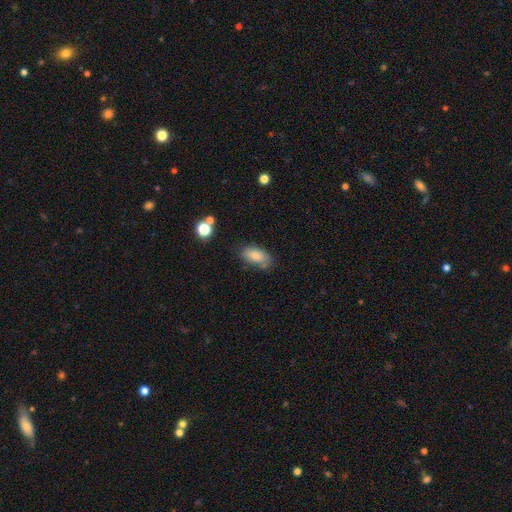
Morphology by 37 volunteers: Smooth or featured: smooth — 86% (featured or disk — 8%)
How rounded: in between — 94% (round — 3%)
Merging: none — 63% (minor disturbance — 29%)